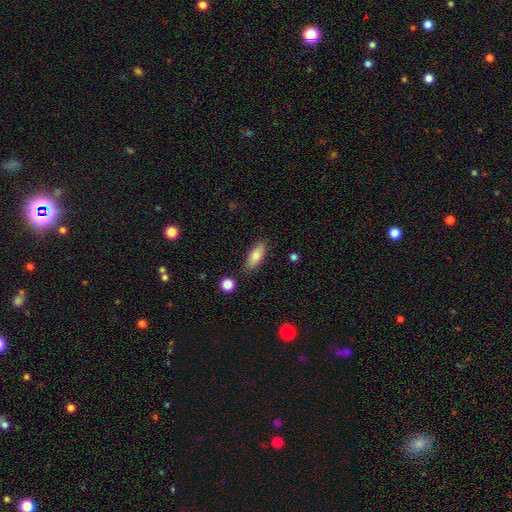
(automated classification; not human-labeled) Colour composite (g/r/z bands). It shows a smooth galaxy with no disk features (81%) that is in between round and cigar-shaped (77%). Merging: none (82%).